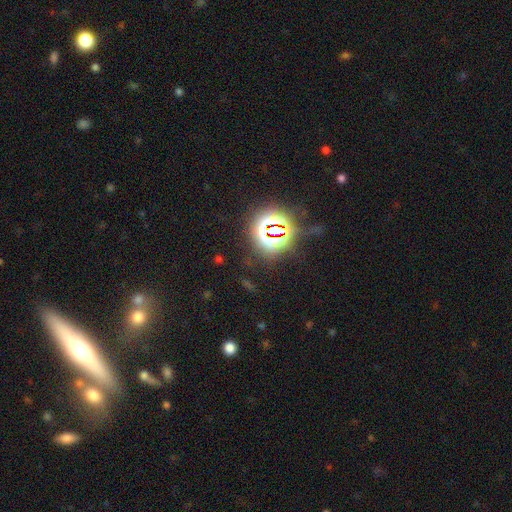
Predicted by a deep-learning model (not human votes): smooth_or_featured: star or artifact (p=0.71) [alt: smooth p=0.14]